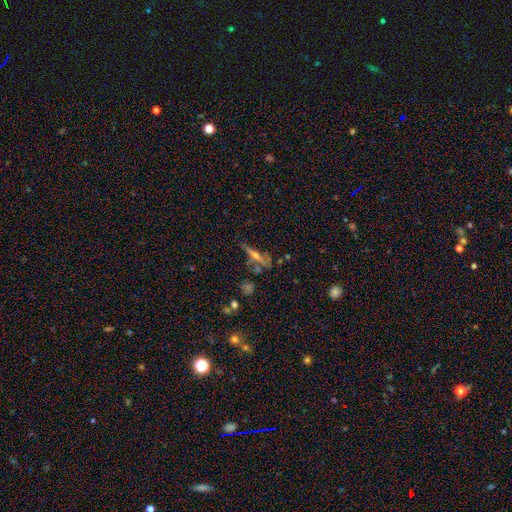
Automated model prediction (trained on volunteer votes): This is possibly a featured or disk galaxy (53%). It is clearly viewed edge-on (87%). Merging: likely none (64%).